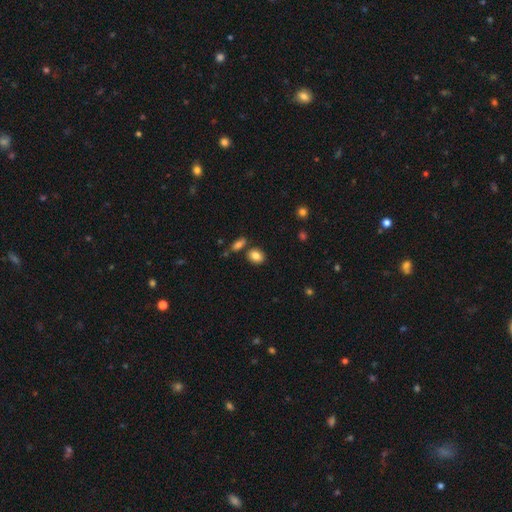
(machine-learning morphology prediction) Q: Smooth or featured?
A: smooth (84%); runner-up: star or artifact (9%)
Q: How rounded?
A: round (52%); runner-up: in between (47%)
Q: Merging?
A: none (76%); runner-up: minor disturbance (11%)